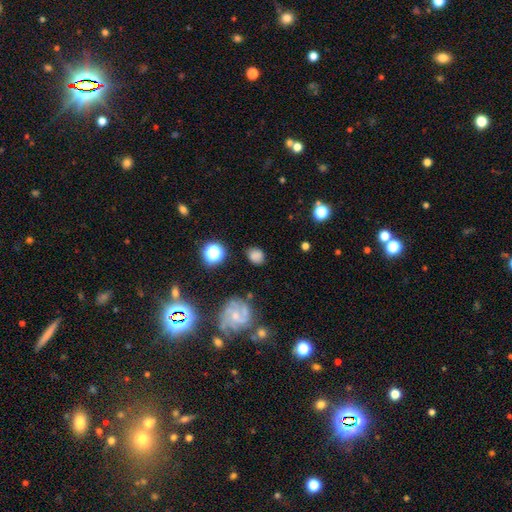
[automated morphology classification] Smooth or featured: smooth — 69% (star or artifact — 16%)
How rounded: round — 57% (in between — 42%)
Merging: none — 75% (minor disturbance — 16%)